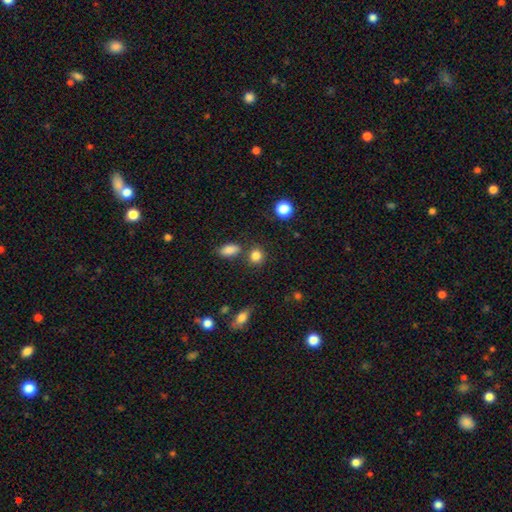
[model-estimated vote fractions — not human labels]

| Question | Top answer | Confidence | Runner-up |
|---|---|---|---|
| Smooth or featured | smooth | 84% | star or artifact (11%) |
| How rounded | round | 77% | in between (21%) |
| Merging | none | 75% | merger (11%) |